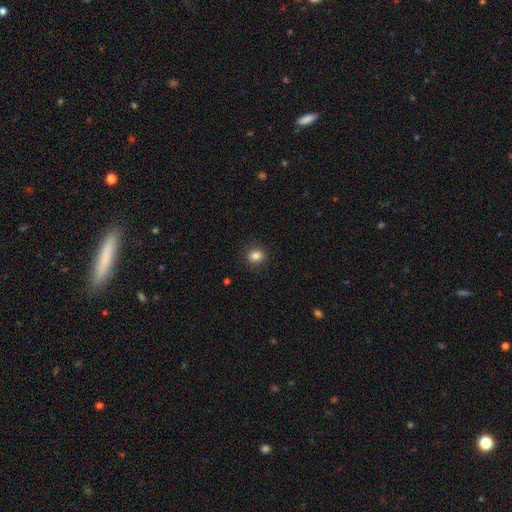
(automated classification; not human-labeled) smooth 85%, star or artifact 10%, featured or disk 5%. Down the decision tree: how rounded — round (64%); merging — none (89%).